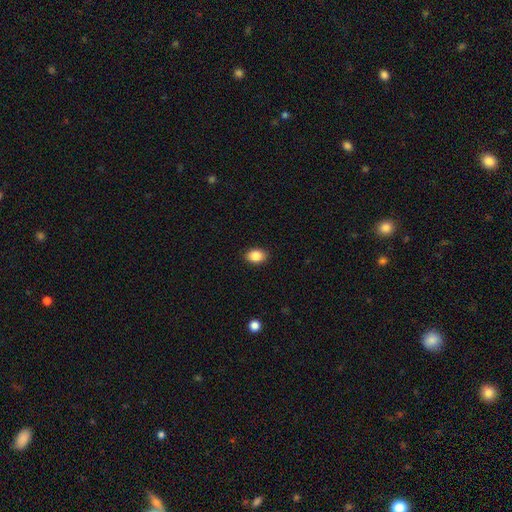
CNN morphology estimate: Smooth or featured? Predicted: smooth (p=0.87). How rounded? Predicted: in between (p=0.77). Merging? Predicted: none (p=0.89).